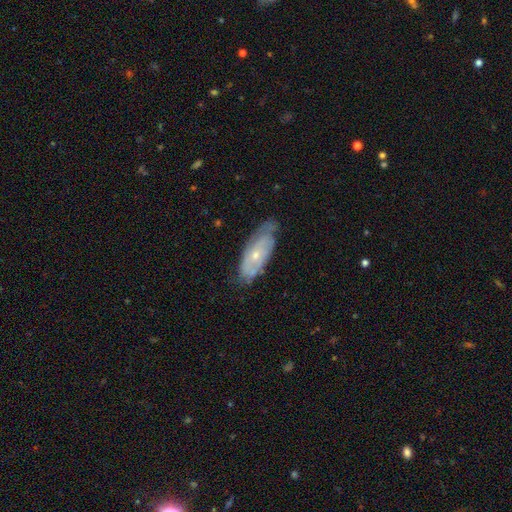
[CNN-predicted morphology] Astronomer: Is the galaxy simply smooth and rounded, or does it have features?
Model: featured or disk — 62%.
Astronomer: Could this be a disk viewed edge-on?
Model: no — 84%.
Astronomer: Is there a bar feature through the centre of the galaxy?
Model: no — 81%.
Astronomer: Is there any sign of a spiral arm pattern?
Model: yes — 67%.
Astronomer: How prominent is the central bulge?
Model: small — 67%.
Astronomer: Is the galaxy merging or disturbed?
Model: none — 63%.